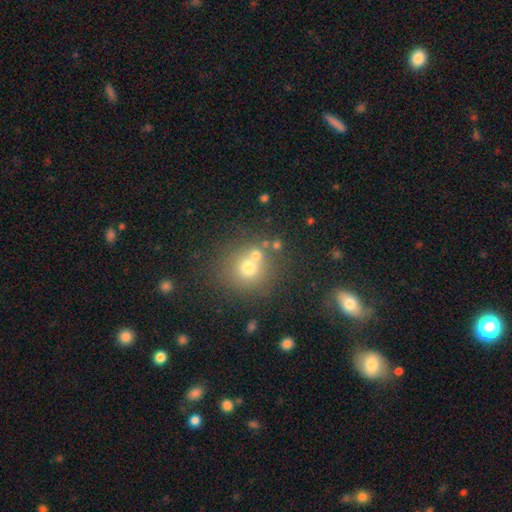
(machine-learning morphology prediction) Smooth or featured?
  - smooth: 67% *
  - star or artifact: 17%
  - featured or disk: 17%
How rounded?
  - round: 88% *
  - in between: 11%
  - cigar-shaped: 1%
Merging?
  - none: 56% *
  - merger: 30%
  - minor disturbance: 9%
  - major disturbance: 4%